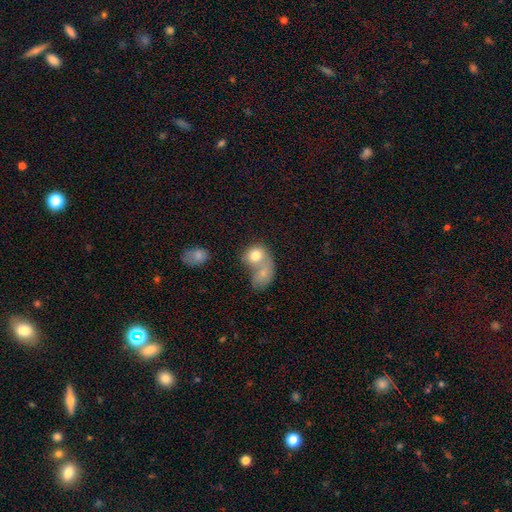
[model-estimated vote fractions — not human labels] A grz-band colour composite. It shows a smooth galaxy with no disk features (76%) that is round (54%). Merging: merger (68%).